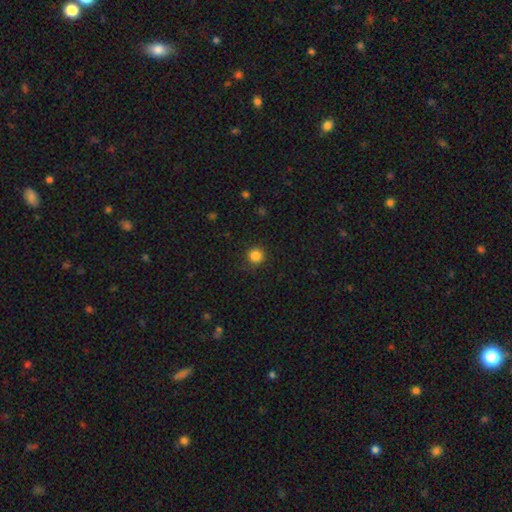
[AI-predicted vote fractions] This is clearly a smooth galaxy (84%). How rounded: clearly round (93%). Merging: clearly none (88%).